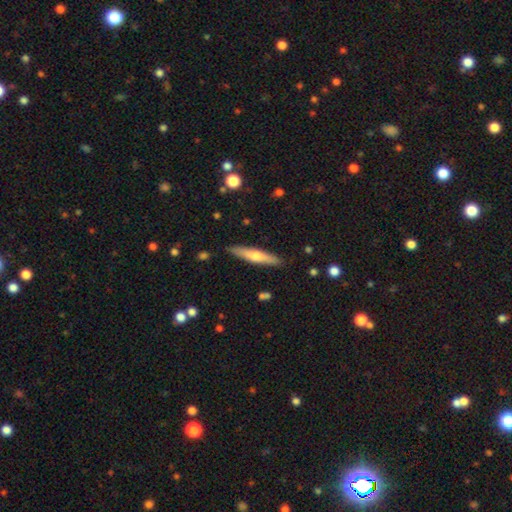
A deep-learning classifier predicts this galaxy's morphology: The model was most divided on "smooth or featured": smooth: 48%, featured or disk: 46%, star or artifact: 6%. More confident: merging — none (89%).